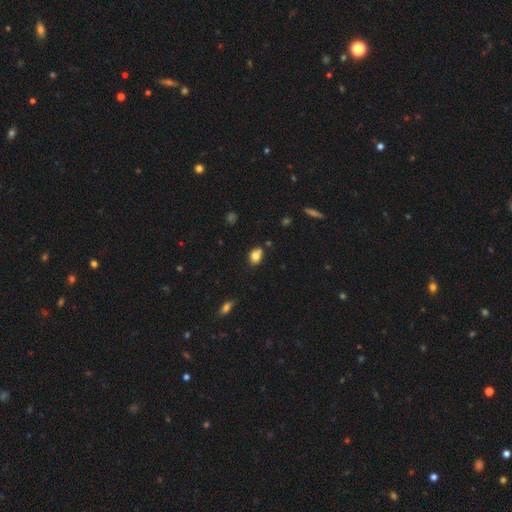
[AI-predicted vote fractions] Morphology: type=smooth (80%); roundness=in between (60%); merging=none (69%).